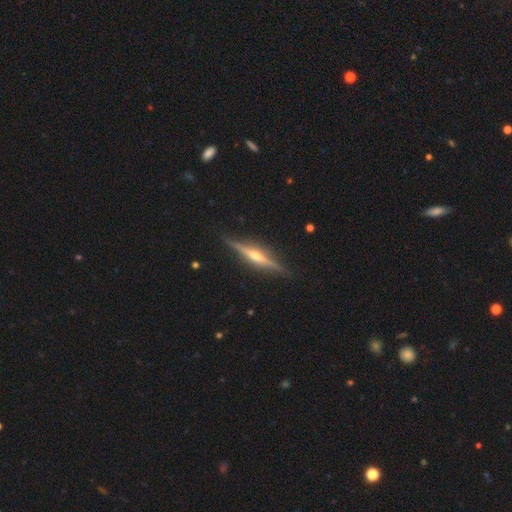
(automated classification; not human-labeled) This appears to be a featured or disk galaxy (81%) viewed edge-on (98%) with a rounded central bulge (89%). Merging: none (90%).